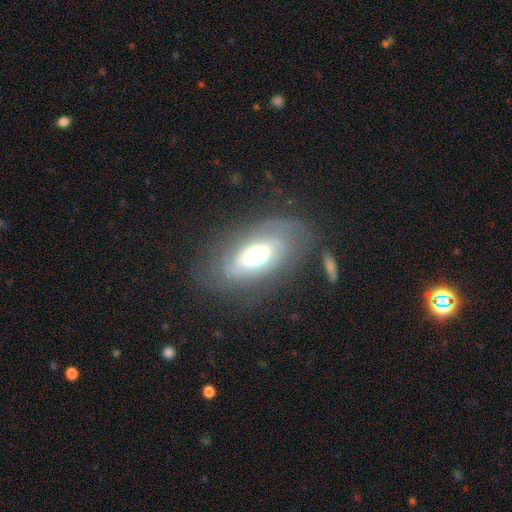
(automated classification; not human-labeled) Q: Smooth or featured?
A: featured or disk (61%); runner-up: smooth (30%)
Q: Edge-on disk?
A: no (88%); runner-up: yes (12%)
Q: Bar?
A: no (65%); runner-up: weak (23%)
Q: Spiral arms?
A: yes (67%); runner-up: no (33%)
Q: Bulge size?
A: moderate (46%); runner-up: large (40%)
Q: Merging?
A: none (64%); runner-up: minor disturbance (20%)